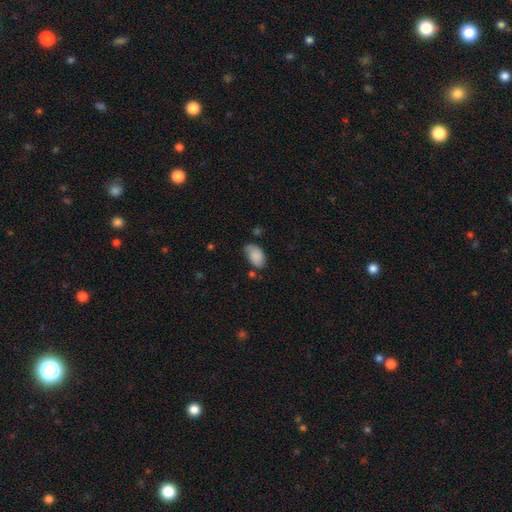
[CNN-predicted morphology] Smooth or featured? smooth (82%)
How rounded? in between (92%)
Merging? none (58%)